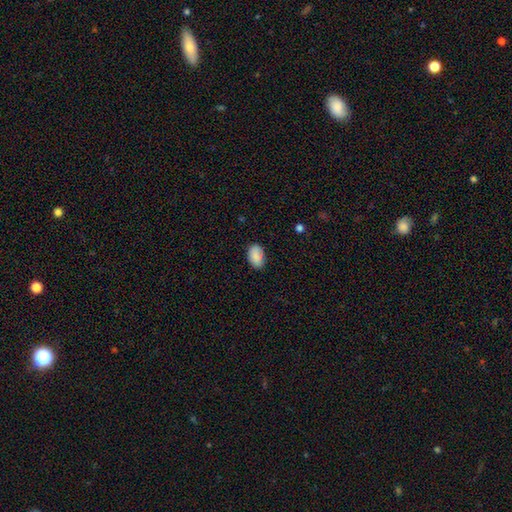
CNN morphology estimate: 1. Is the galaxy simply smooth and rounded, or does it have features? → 88% smooth, 7% star or artifact, 5% featured or disk.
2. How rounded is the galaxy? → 91% in between, 8% round, 1% cigar-shaped.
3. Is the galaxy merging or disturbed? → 81% none, 15% minor disturbance, 3% major disturbance, 1% merger.